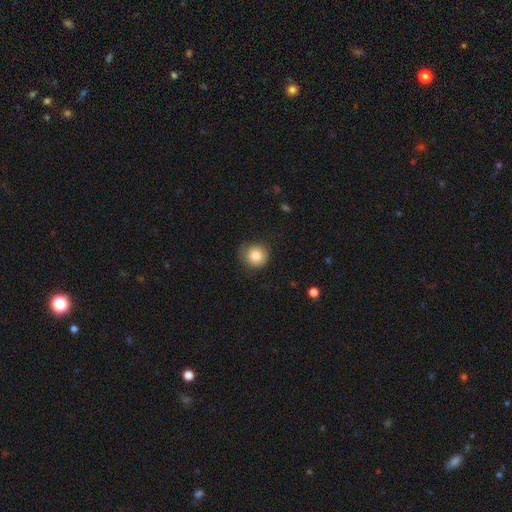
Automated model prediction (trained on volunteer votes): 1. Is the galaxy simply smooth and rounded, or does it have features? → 83% smooth, 9% star or artifact, 8% featured or disk.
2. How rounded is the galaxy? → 90% round, 10% in between, 1% cigar-shaped.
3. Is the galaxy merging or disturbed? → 76% none, 18% minor disturbance, 5% major disturbance, 1% merger.